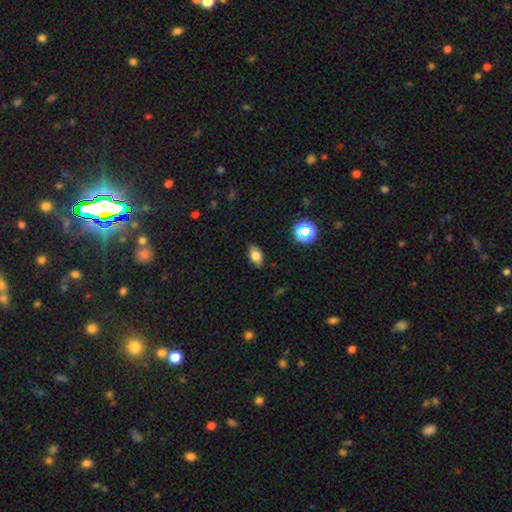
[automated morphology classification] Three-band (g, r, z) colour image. It shows a smooth galaxy with no disk features (76%) that is in between round and cigar-shaped (86%). Merging: none (84%).